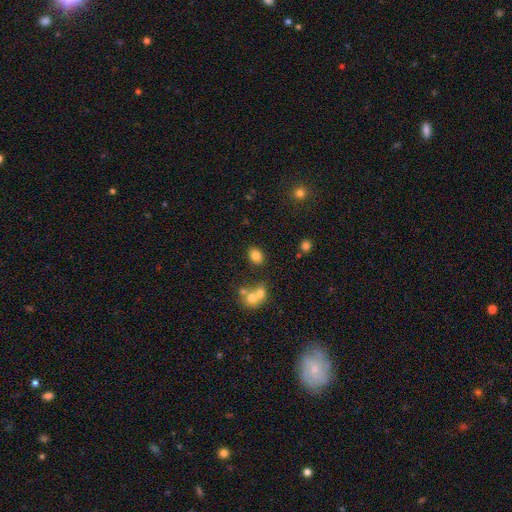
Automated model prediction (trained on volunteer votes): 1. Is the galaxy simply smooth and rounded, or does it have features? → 80% smooth, 12% star or artifact, 8% featured or disk.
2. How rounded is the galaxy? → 66% in between, 33% round, 1% cigar-shaped.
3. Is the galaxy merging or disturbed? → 78% none, 10% minor disturbance, 8% merger, 3% major disturbance.